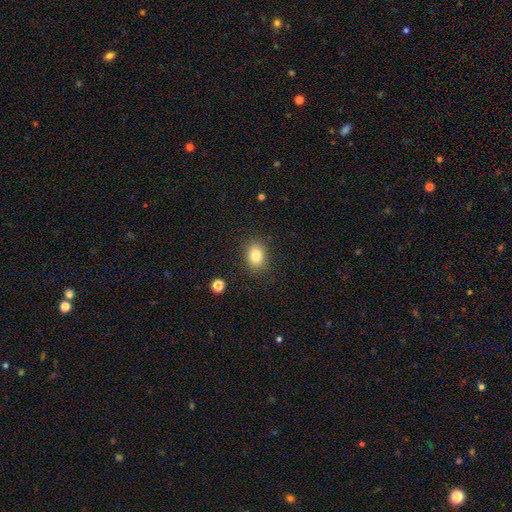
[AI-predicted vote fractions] A smooth galaxy with no disk features (83%) that is in between round and cigar-shaped (64%).

Vote fractions:
- Smooth or featured? smooth: 83% / star or artifact: 10% / featured or disk: 7%
- How rounded? in between: 64% / round: 35% / cigar-shaped: 1%
- Merging? none: 86% / minor disturbance: 10% / major disturbance: 3% / merger: 1%